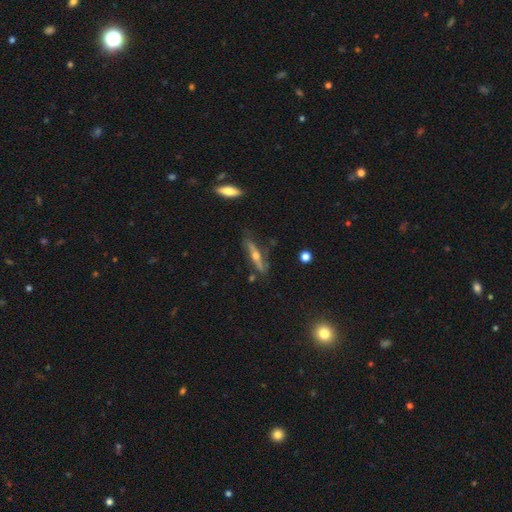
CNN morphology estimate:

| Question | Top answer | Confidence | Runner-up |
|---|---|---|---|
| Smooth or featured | featured or disk | 68% | smooth (24%) |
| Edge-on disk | yes | 80% | no (20%) |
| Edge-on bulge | rounded | 91% | none (5%) |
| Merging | none | 67% | minor disturbance (21%) |